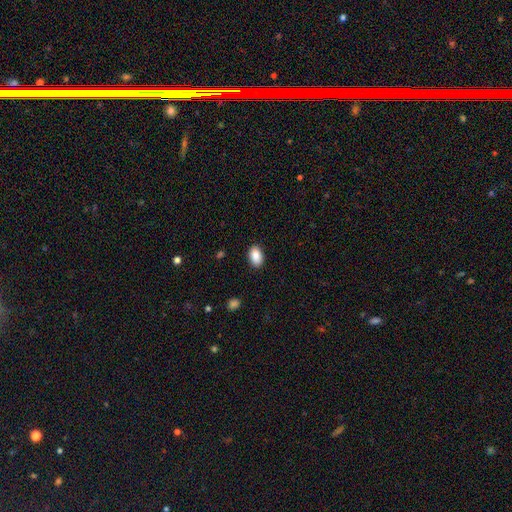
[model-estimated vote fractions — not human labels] Smooth or featured? Predicted: smooth (p=0.89). How rounded? Predicted: in between (p=0.90). Merging? Predicted: none (p=0.88).